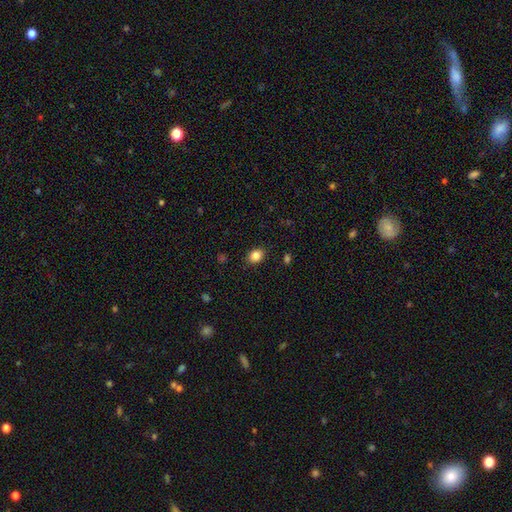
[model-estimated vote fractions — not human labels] Smooth or featured? smooth (84%)
How rounded? in between (63%)
Merging? none (88%)